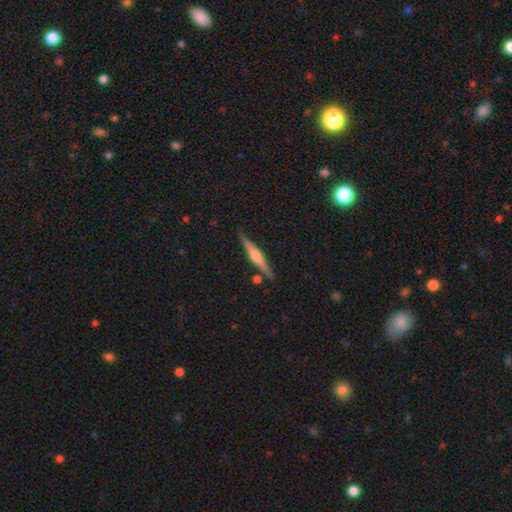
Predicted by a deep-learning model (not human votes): Smooth or featured: featured or disk — 72% (smooth — 22%)
Edge-on disk: yes — 98% (no — 2%)
Edge-on bulge: rounded — 88% (boxy — 7%)
Merging: none — 87% (minor disturbance — 8%)